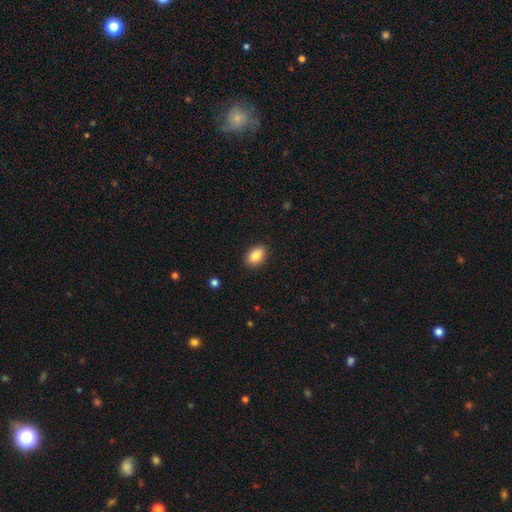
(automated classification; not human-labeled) smooth-or-featured: smooth: 86% | star or artifact: 8% | featured or disk: 6%
  how-rounded: in between: 83% | round: 15% | cigar-shaped: 1%
  merging: none: 88% | minor disturbance: 9% | major disturbance: 2% | merger: 1%